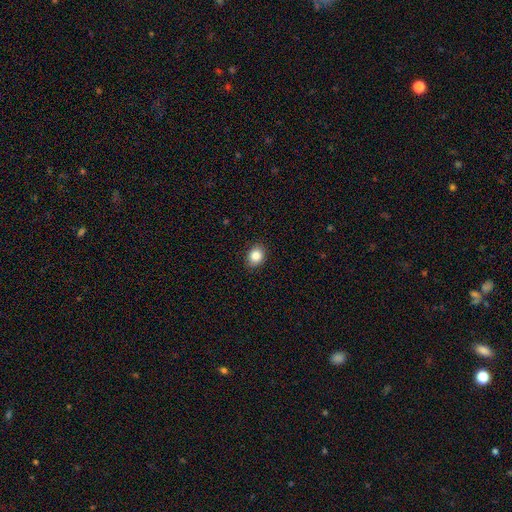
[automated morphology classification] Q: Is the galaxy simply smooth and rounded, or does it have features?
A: smooth — 85%.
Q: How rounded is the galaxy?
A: round — 56%.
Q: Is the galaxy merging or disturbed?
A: none — 89%.